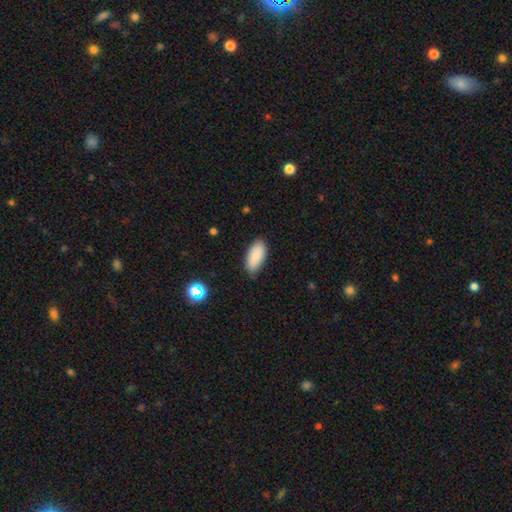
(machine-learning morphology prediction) This is clearly a smooth galaxy (87%). How rounded: clearly in between (91%). Merging: likely none (79%).